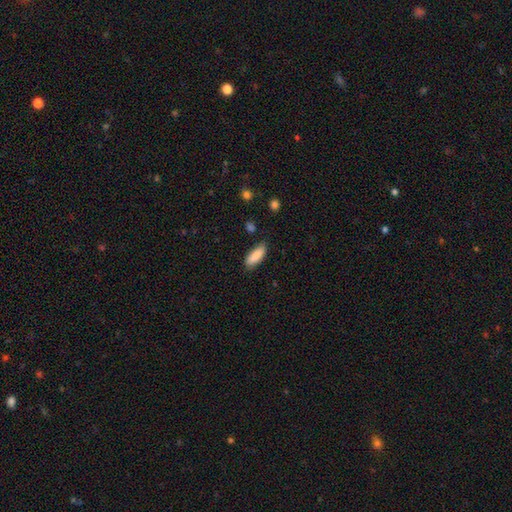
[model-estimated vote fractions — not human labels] Smooth or featured? Predicted: smooth (p=0.86). How rounded? Predicted: in between (p=0.68). Merging? Predicted: none (p=0.80).